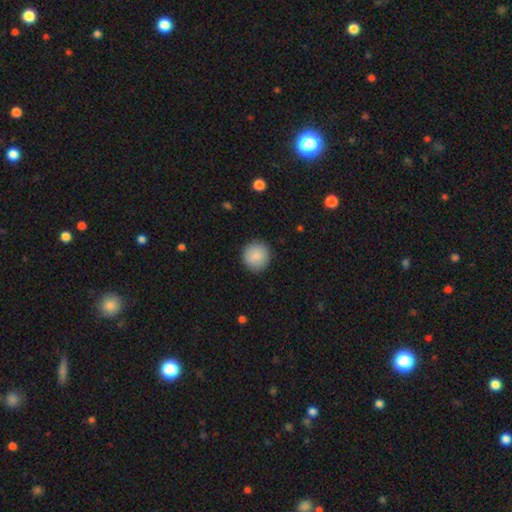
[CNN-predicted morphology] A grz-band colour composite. It shows a smooth galaxy with no disk features (88%) that is round (93%). Merging: none (90%).